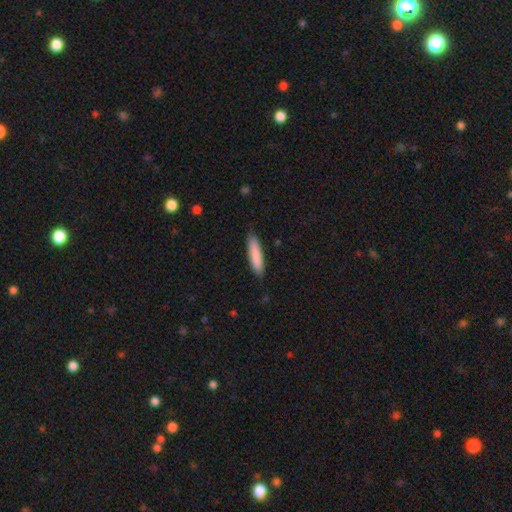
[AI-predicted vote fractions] This appears to be a smooth galaxy with no disk features (85%) that is cigar-shaped (80%). Merging: none (85%).